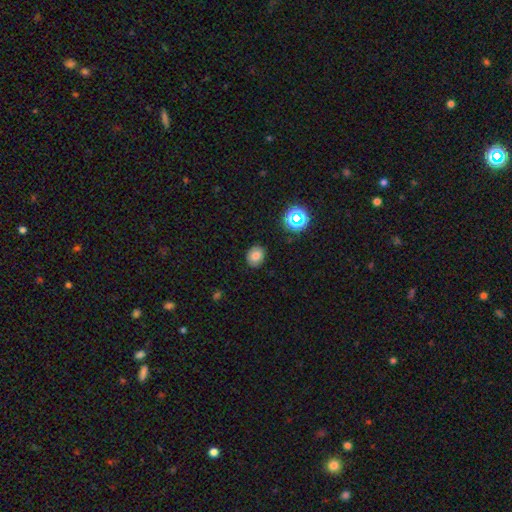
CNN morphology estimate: smooth 76%, star or artifact 15%, featured or disk 10%. Down the decision tree: how rounded — round (60%); merging — none (87%).